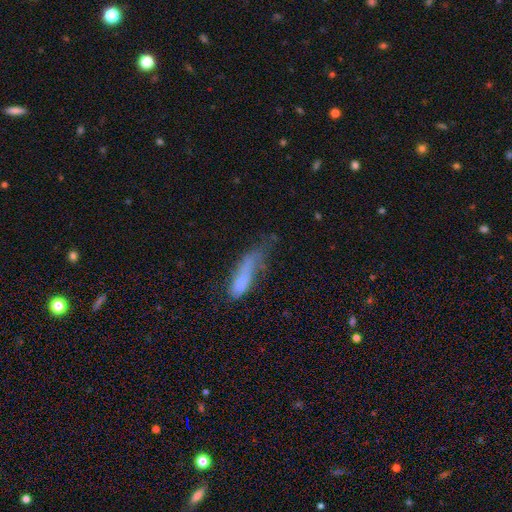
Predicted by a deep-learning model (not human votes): A smooth galaxy with no disk features (57%) that is cigar-shaped (63%).

Vote fractions:
- Smooth or featured? smooth: 57% / featured or disk: 26% / star or artifact: 17%
- How rounded? cigar-shaped: 63% / in between: 34% / round: 3%
- Merging? none: 35% / minor disturbance: 30% / major disturbance: 30% / merger: 5%